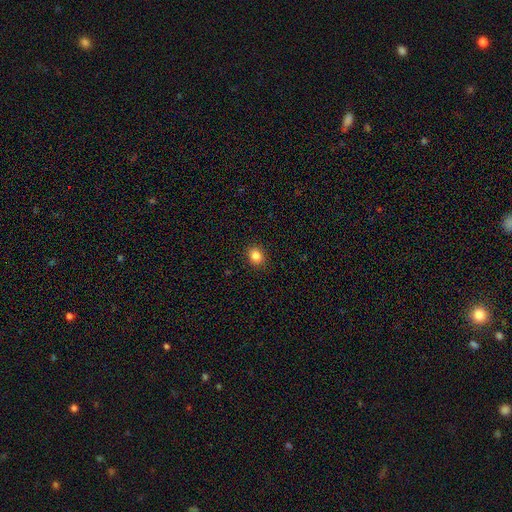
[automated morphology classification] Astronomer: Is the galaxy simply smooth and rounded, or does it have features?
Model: smooth — 85%.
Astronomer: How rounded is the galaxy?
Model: round — 60% (runner-up: in between, 39%).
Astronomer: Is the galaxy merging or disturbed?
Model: none — 90%.